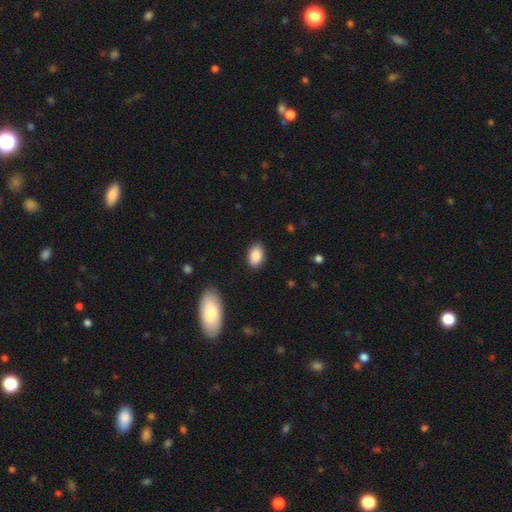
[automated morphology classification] A smooth galaxy with no disk features (88%) that is in between round and cigar-shaped (91%). Merging: none (86%).